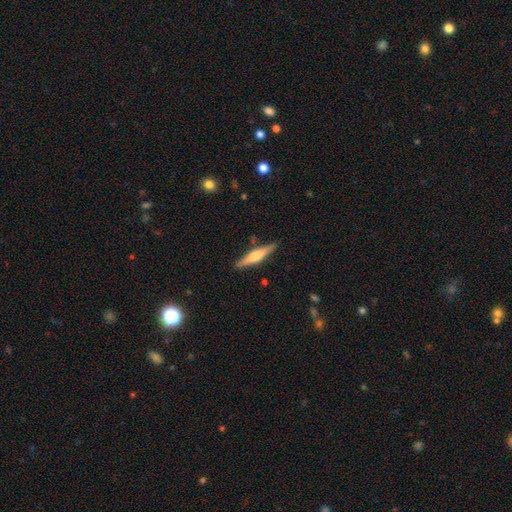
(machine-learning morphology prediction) This appears to be a featured or disk galaxy (55%) viewed edge-on (97%) with a rounded central bulge (78%). Merging: none (88%).